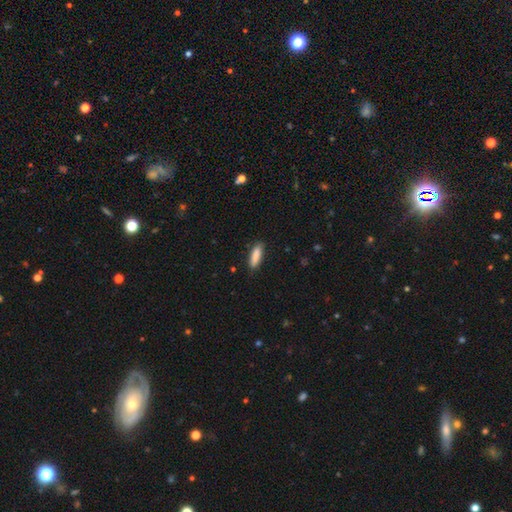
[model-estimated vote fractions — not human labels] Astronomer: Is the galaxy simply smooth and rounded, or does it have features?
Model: smooth — 88%.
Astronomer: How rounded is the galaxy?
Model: cigar-shaped — 54% (runner-up: in between, 45%).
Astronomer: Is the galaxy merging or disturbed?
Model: none — 84%.